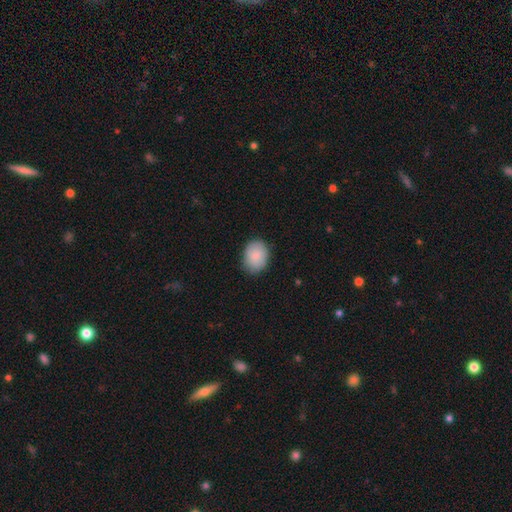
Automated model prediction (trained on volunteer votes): The model was most divided on "how rounded": in between: 63%, round: 36%, cigar-shaped: 1%. More confident: smooth or featured — smooth (88%); merging — none (81%).